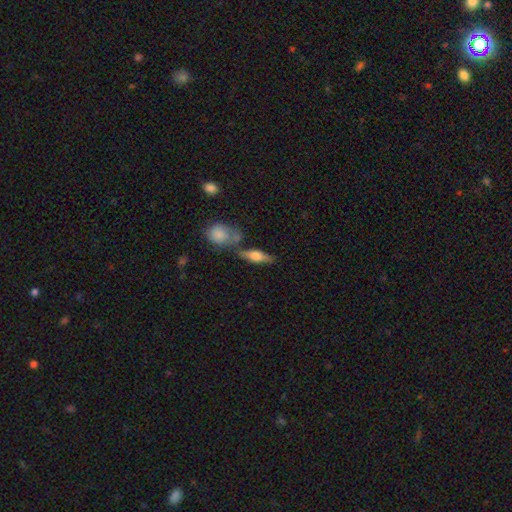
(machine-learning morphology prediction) smooth_or_featured: smooth (p=0.53) [alt: featured or disk p=0.40]
how_rounded: in between (p=0.53) [alt: cigar-shaped p=0.41]
merging: none (p=0.60) [alt: merger p=0.21]